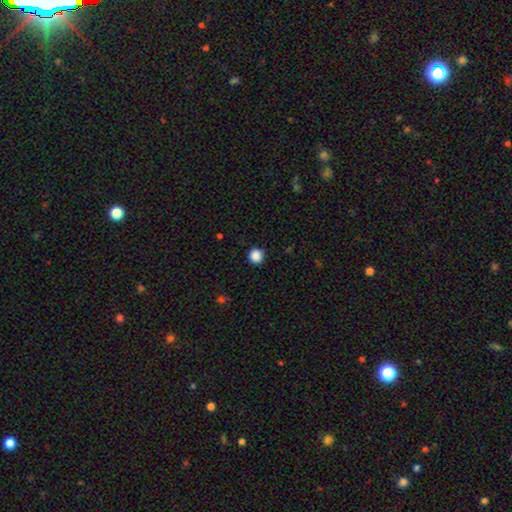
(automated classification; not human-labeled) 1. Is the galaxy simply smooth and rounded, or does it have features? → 88% smooth, 10% star or artifact, 2% featured or disk.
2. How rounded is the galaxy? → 93% round, 6% in between, 1% cigar-shaped.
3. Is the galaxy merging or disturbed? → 92% none, 6% minor disturbance, 2% major disturbance, 1% merger.